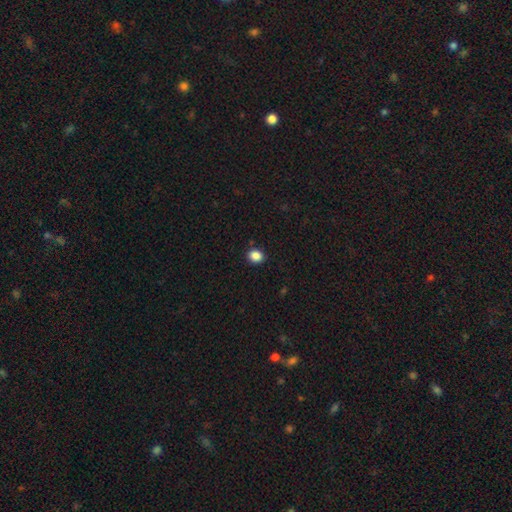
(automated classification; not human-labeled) Smooth or featured? Predicted: smooth (p=0.87). How rounded? Predicted: round (p=0.63). Merging? Predicted: none (p=0.90).